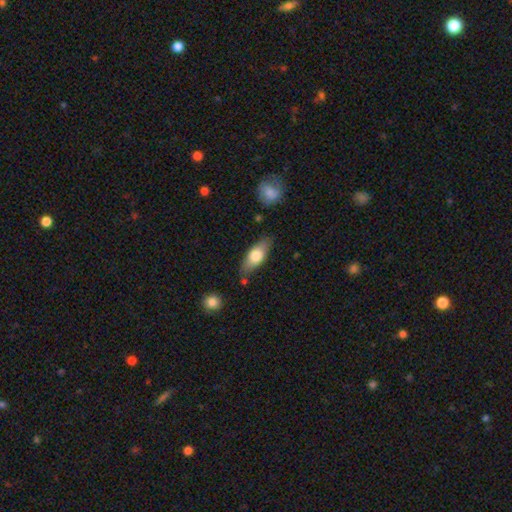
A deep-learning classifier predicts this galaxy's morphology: The model was most divided on "smooth or featured": smooth: 69%, featured or disk: 25%, star or artifact: 6%. More confident: merging — none (77%); how rounded — in between (76%).